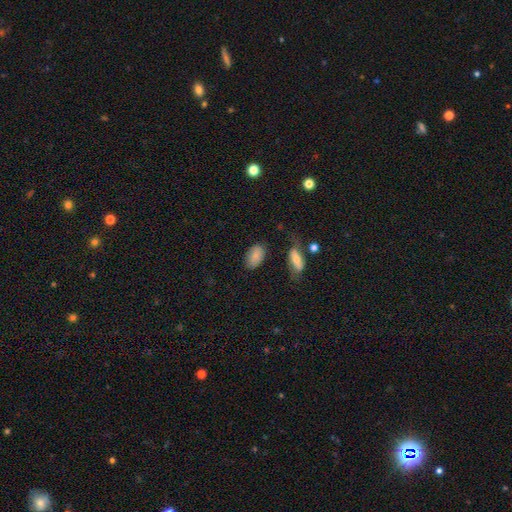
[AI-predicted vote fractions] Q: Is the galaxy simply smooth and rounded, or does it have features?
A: smooth — 84%.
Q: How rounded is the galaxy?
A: in between — 92%.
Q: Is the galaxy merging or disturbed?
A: none — 75%.